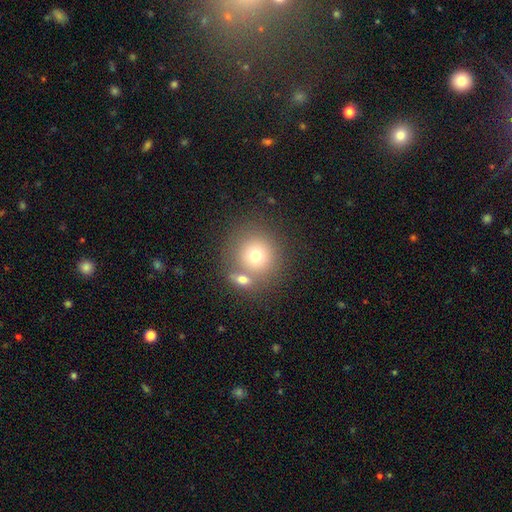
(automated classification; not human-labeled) Smooth or featured: smooth — 72% (featured or disk — 16%)
How rounded: round — 91% (in between — 9%)
Merging: none — 60% (merger — 27%)